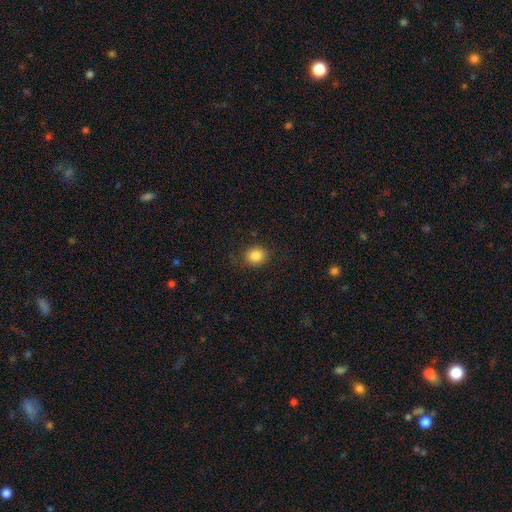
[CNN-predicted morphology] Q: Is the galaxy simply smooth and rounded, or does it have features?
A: smooth — 84%.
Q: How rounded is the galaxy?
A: round — 79%.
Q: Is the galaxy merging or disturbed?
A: none — 84%.